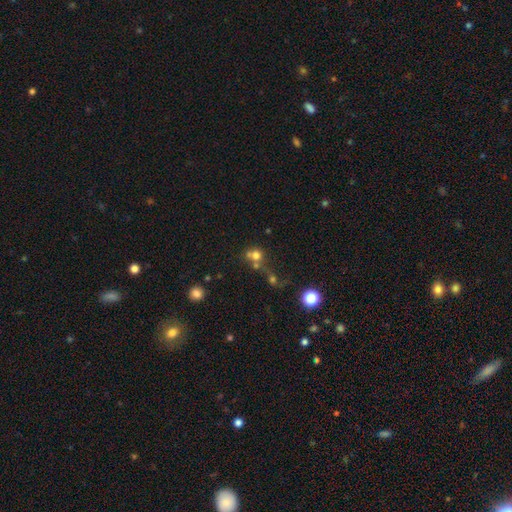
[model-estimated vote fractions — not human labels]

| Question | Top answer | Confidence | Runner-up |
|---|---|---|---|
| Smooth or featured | smooth | 68% | star or artifact (18%) |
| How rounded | round | 80% | in between (19%) |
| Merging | merger | 46% | none (38%) |